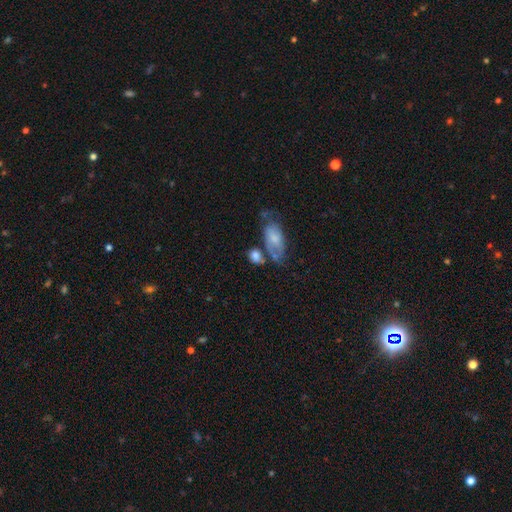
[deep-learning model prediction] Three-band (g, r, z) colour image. It shows a smooth galaxy with no disk features (74%) that is in between round and cigar-shaped (67%). Merging: none (42%).